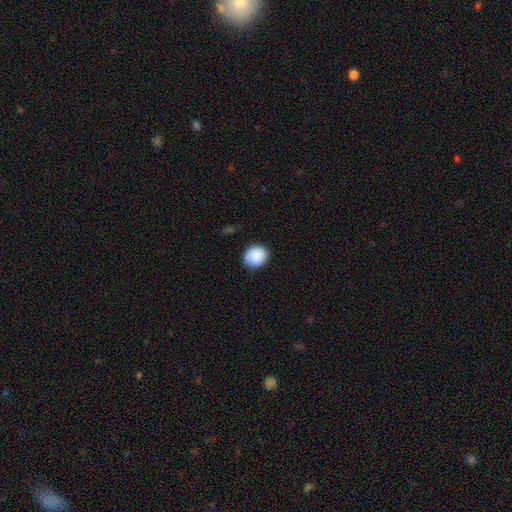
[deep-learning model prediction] Smooth or featured? smooth (88%)
How rounded? round (75%)
Merging? none (82%)